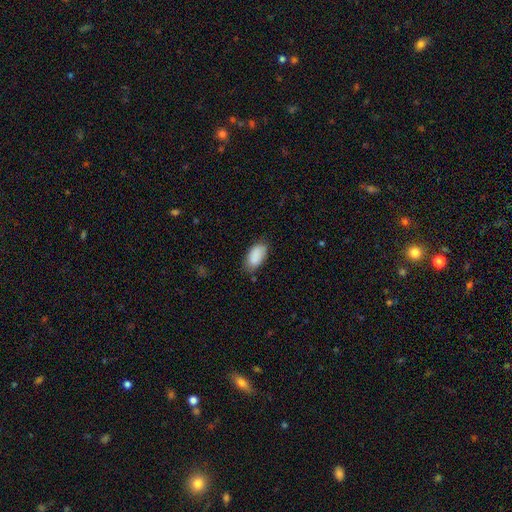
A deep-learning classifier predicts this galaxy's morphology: Smooth or featured?
  - smooth: 89% *
  - star or artifact: 6%
  - featured or disk: 5%
How rounded?
  - in between: 95% *
  - round: 3%
  - cigar-shaped: 2%
Merging?
  - none: 74% *
  - minor disturbance: 21%
  - major disturbance: 4%
  - merger: 2%